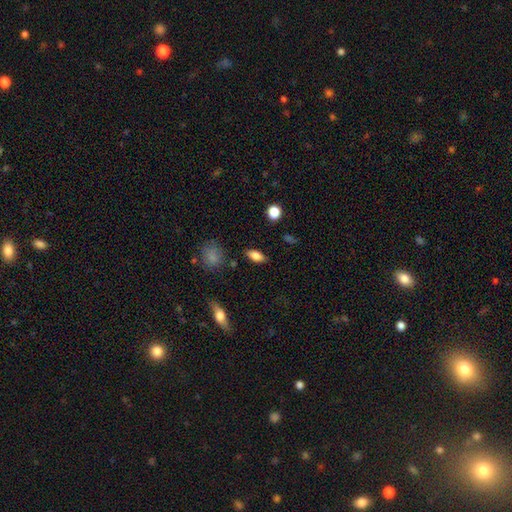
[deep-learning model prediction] A smooth galaxy with no disk features (79%) that is in between round and cigar-shaped (84%). Merging: none (85%).